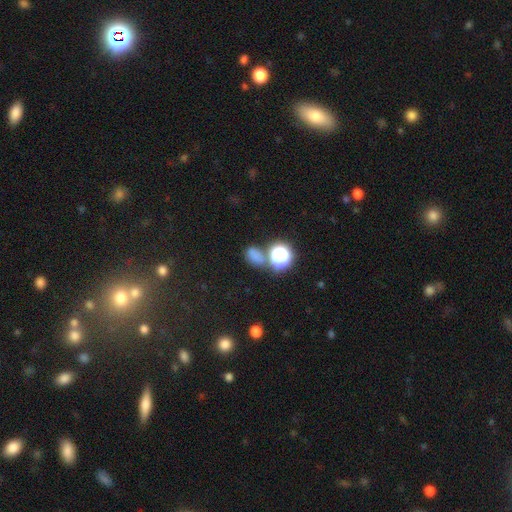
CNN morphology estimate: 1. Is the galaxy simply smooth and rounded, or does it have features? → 65% smooth, 28% star or artifact, 7% featured or disk.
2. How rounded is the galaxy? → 55% in between, 43% round, 2% cigar-shaped.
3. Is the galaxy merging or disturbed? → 58% none, 21% merger, 14% minor disturbance, 7% major disturbance.